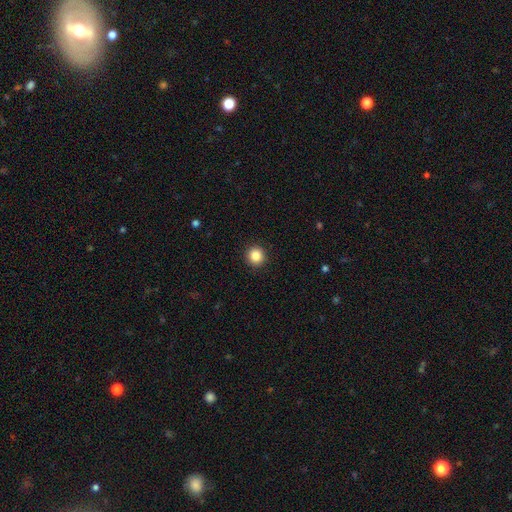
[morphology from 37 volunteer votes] Q: Smooth or featured?
A: smooth (95%); runner-up: star or artifact (5%)
Q: How rounded?
A: round (100%)
Q: Merging?
A: none (91%); runner-up: minor disturbance (3%)